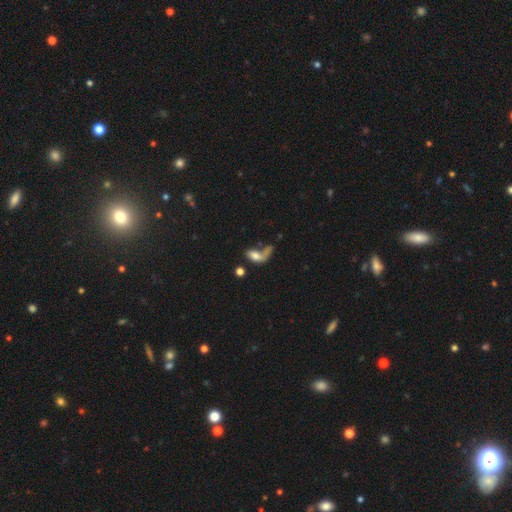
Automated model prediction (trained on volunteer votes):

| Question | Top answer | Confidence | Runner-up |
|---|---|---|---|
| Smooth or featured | smooth | 61% | featured or disk (27%) |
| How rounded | in between | 79% | round (11%) |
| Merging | major disturbance | 35% | merger (28%) |